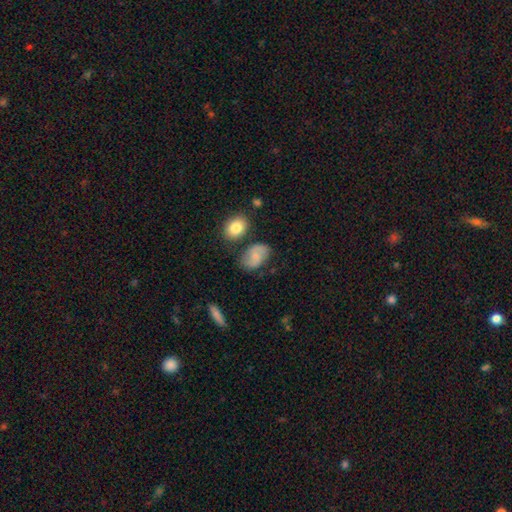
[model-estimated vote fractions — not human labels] A smooth galaxy with no disk features (65%) that is in between round and cigar-shaped (87%).

Vote fractions:
- Smooth or featured? smooth: 65% / featured or disk: 26% / star or artifact: 9%
- How rounded? in between: 87% / round: 11% / cigar-shaped: 2%
- Merging? none: 66% / minor disturbance: 21% / merger: 7% / major disturbance: 6%